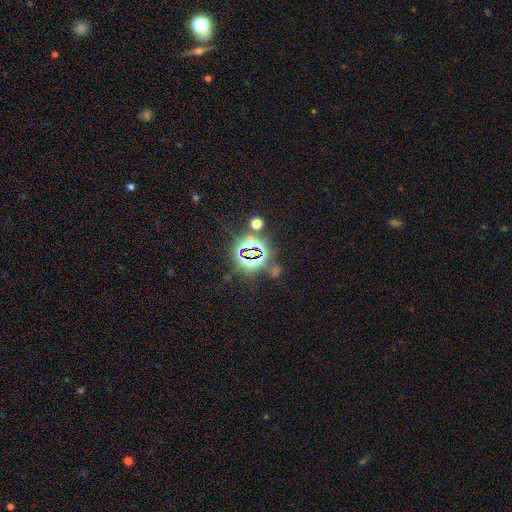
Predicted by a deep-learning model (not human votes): Smooth or featured: star or artifact — 76% (smooth — 17%)